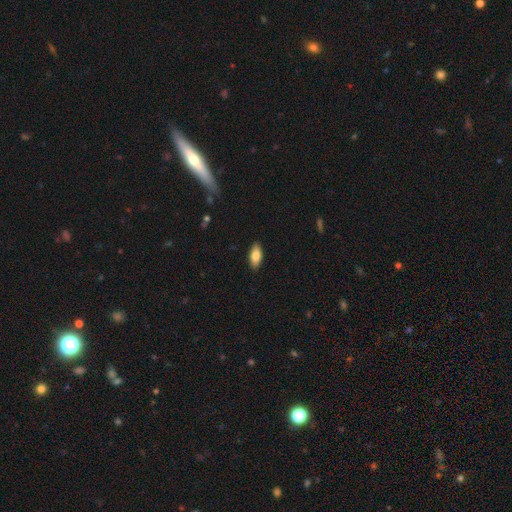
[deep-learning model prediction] Smooth or featured?
  - smooth: 83% *
  - featured or disk: 10%
  - star or artifact: 6%
How rounded?
  - in between: 87% *
  - cigar-shaped: 11%
  - round: 2%
Merging?
  - none: 88% *
  - minor disturbance: 9%
  - major disturbance: 2%
  - merger: 1%